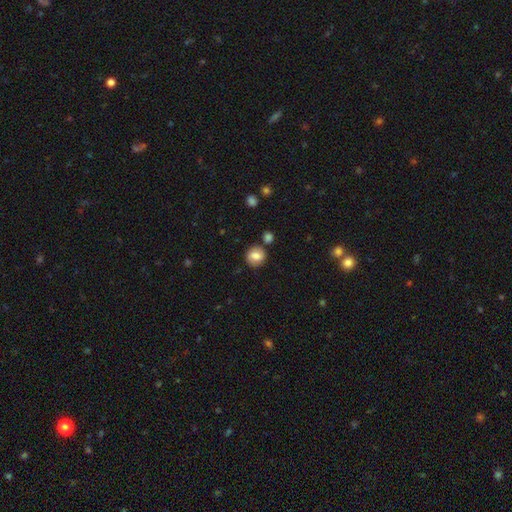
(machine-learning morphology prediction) A smooth galaxy with no disk features (74%) that is round (79%).

Vote fractions:
- Smooth or featured? smooth: 74% / featured or disk: 17% / star or artifact: 9%
- How rounded? round: 79% / in between: 20% / cigar-shaped: 1%
- Merging? none: 75% / minor disturbance: 13% / merger: 8% / major disturbance: 4%